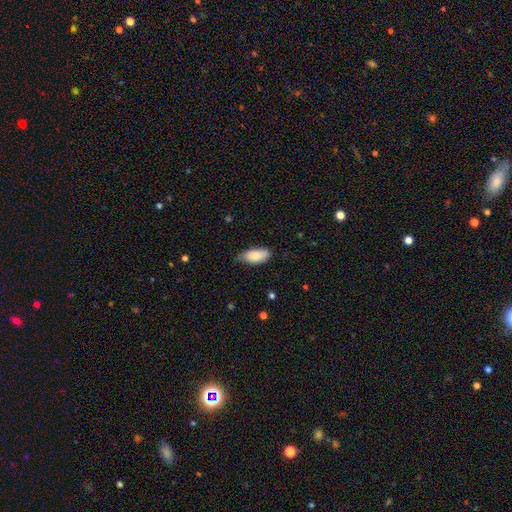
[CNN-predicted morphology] smooth 84%, featured or disk 10%, star or artifact 6%. Down the decision tree: how rounded — in between (91%); merging — none (59%).